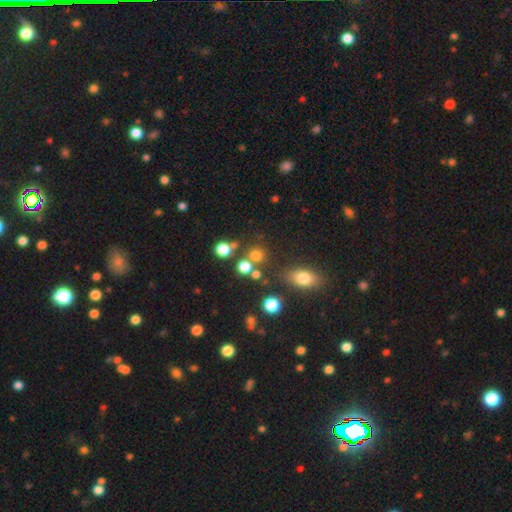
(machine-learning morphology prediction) A smooth galaxy with no disk features (73%) that is round (87%).

Vote fractions:
- Smooth or featured? smooth: 73% / star or artifact: 19% / featured or disk: 8%
- How rounded? round: 87% / in between: 11% / cigar-shaped: 1%
- Merging? none: 69% / merger: 17% / minor disturbance: 9% / major disturbance: 4%